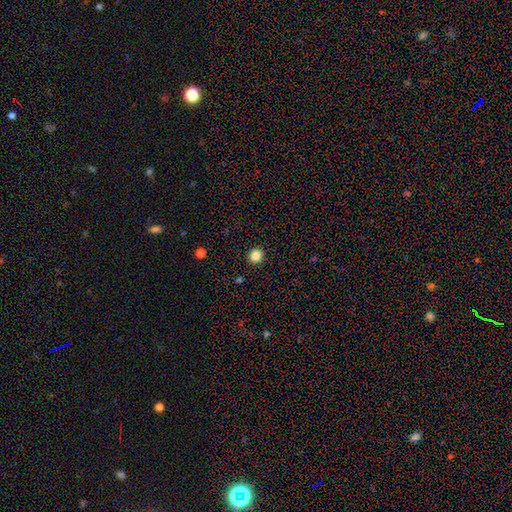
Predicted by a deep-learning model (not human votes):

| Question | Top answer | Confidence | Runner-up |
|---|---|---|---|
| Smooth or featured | smooth | 85% | star or artifact (12%) |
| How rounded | round | 90% | in between (9%) |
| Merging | none | 92% | minor disturbance (5%) |